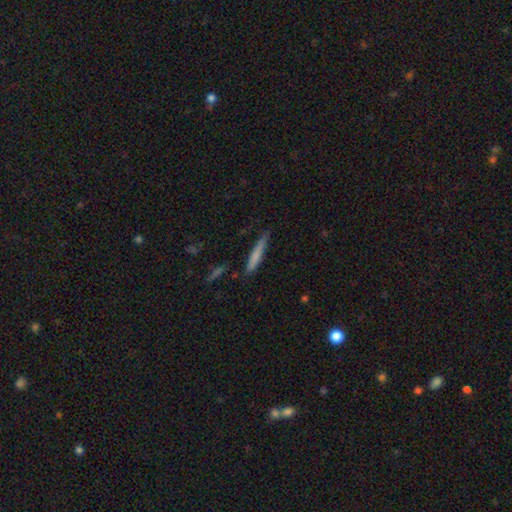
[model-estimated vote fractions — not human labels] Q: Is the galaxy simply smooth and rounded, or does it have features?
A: smooth — 72%.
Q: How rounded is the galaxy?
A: cigar-shaped — 94%.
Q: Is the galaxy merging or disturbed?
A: none — 79%.